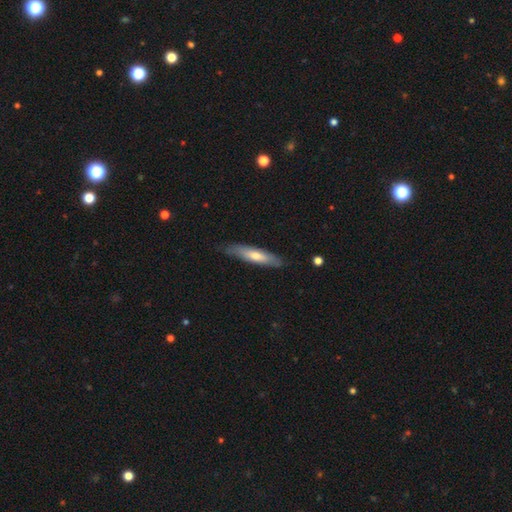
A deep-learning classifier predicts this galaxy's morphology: smooth-or-featured: smooth: 59% | featured or disk: 35% | star or artifact: 5%
  how-rounded: cigar-shaped: 80% | in between: 19% | round: 1%
  merging: none: 79% | minor disturbance: 17% | major disturbance: 3% | merger: 1%